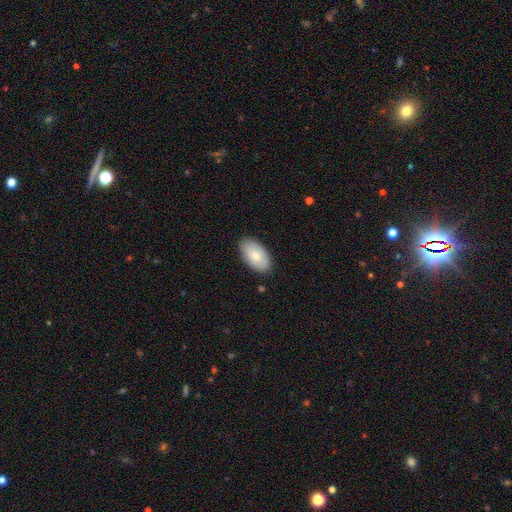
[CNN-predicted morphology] Smooth or featured: smooth — 78% (featured or disk — 16%)
How rounded: in between — 95% (round — 3%)
Merging: none — 85% (minor disturbance — 11%)